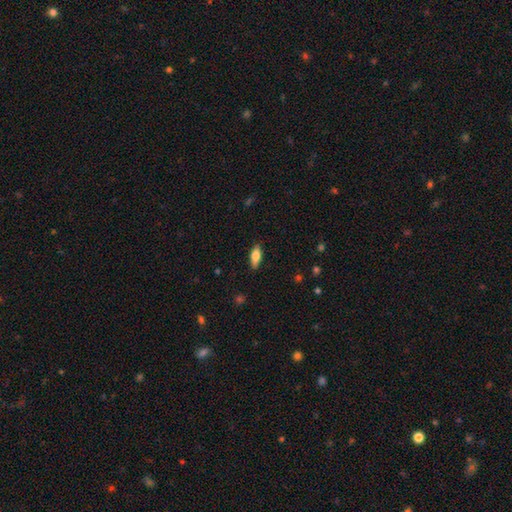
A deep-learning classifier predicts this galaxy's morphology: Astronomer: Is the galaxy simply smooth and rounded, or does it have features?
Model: smooth — 68%.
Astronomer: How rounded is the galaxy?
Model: in between — 72%.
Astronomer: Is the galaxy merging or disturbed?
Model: none — 87%.